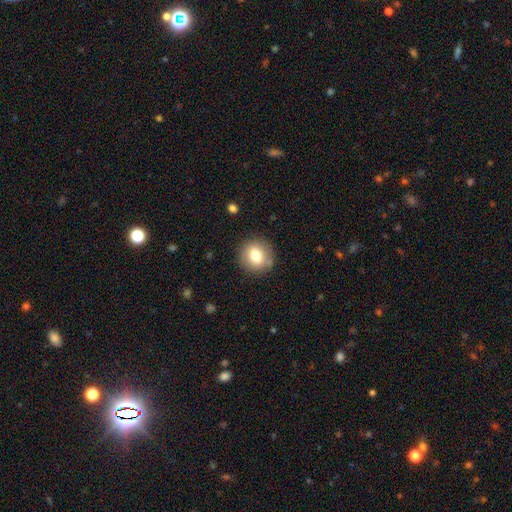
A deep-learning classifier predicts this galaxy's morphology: This appears to be a smooth galaxy with no disk features (76%) that is round (85%). Merging: none (86%).